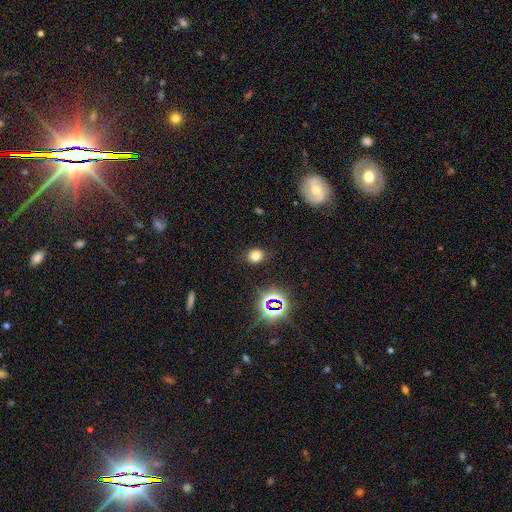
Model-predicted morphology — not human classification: smooth-or-featured: smooth: 72% | star or artifact: 21% | featured or disk: 7%
  how-rounded: round: 54% | in between: 45% | cigar-shaped: 1%
  merging: none: 85% | minor disturbance: 10% | major disturbance: 3% | merger: 1%